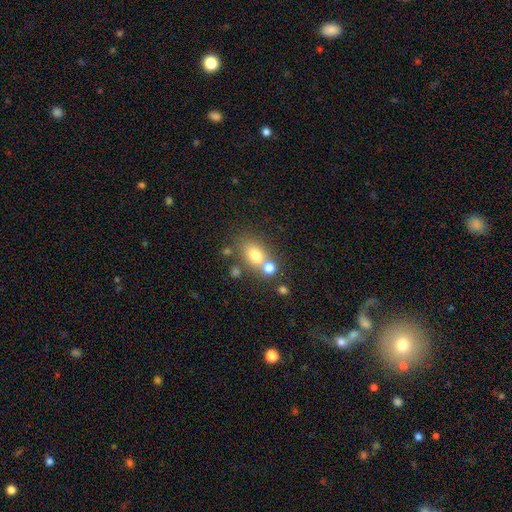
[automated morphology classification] type=smooth (72%); roundness=in between (62%); merging=none (50%).